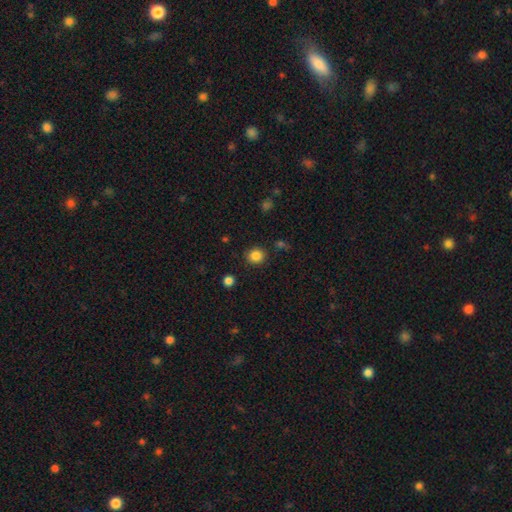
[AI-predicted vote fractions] This appears to be a smooth galaxy with no disk features (85%) that is round (86%). Merging: none (88%).